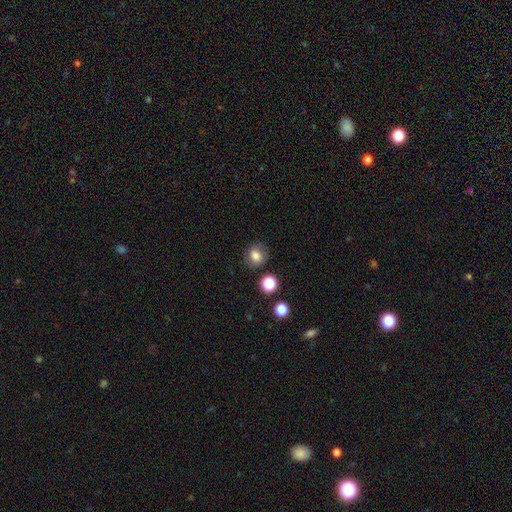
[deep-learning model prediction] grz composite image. It shows a smooth galaxy with no disk features (80%) that is round (71%). Merging: none (80%).